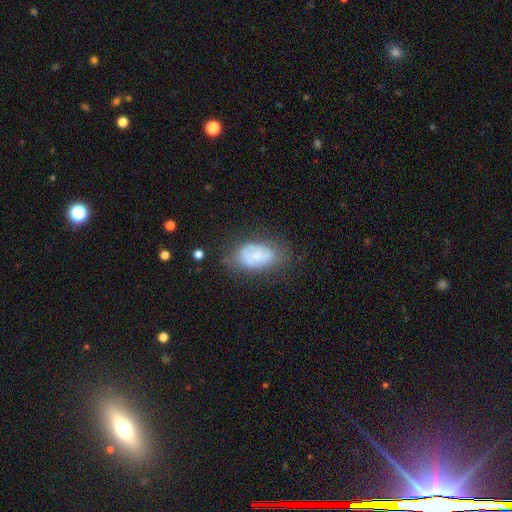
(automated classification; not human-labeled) smooth_or_featured: smooth (p=0.57) [alt: featured or disk p=0.34]
how_rounded: in between (p=0.90) [alt: round p=0.08]
merging: none (p=0.56) [alt: minor disturbance p=0.28]